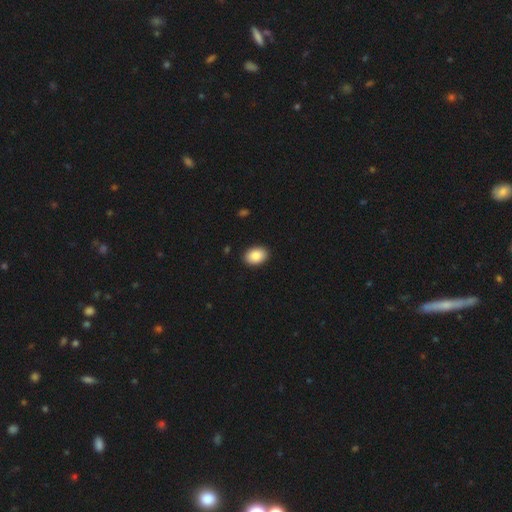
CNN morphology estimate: Overall: smooth (89%). How rounded: in between (84%). Merging: none (91%).